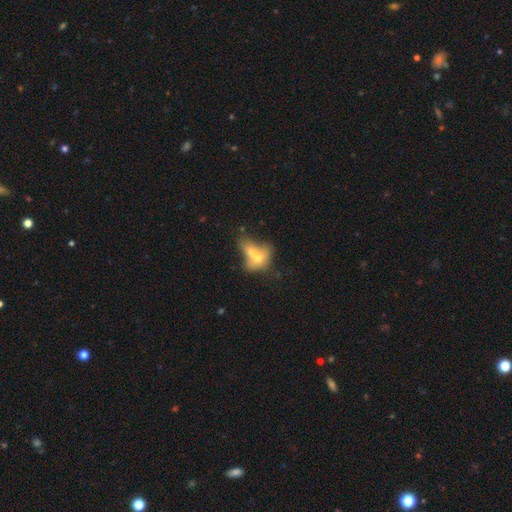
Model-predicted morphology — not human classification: Q: Smooth or featured?
A: smooth (61%); runner-up: featured or disk (31%)
Q: How rounded?
A: in between (69%); runner-up: round (26%)
Q: Merging?
A: merger (76%); runner-up: none (13%)